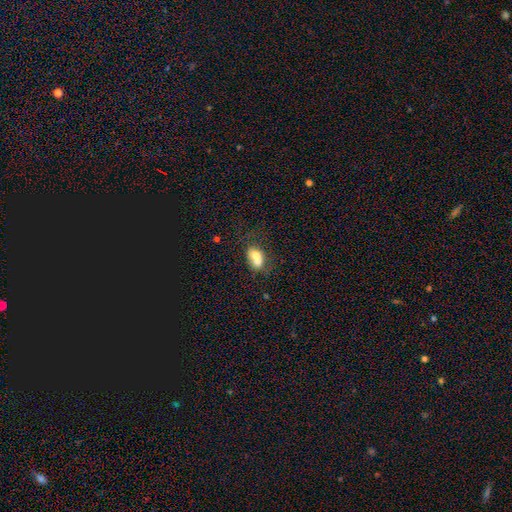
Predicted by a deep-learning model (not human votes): Morphology: type=smooth (65%); roundness=in between (65%); merging=merger (61%).